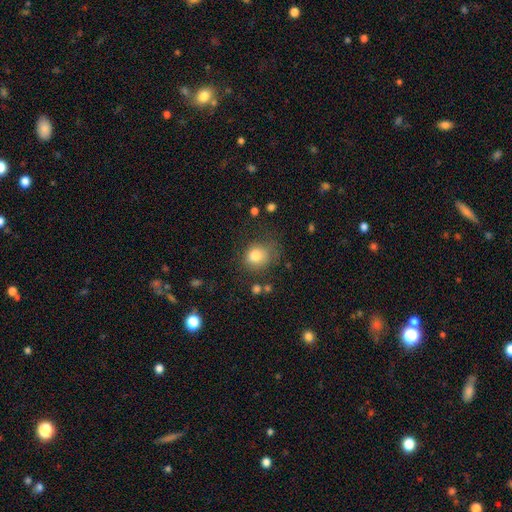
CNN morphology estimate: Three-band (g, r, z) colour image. It shows a smooth galaxy with no disk features (82%) that is round (68%). Merging: none (57%).